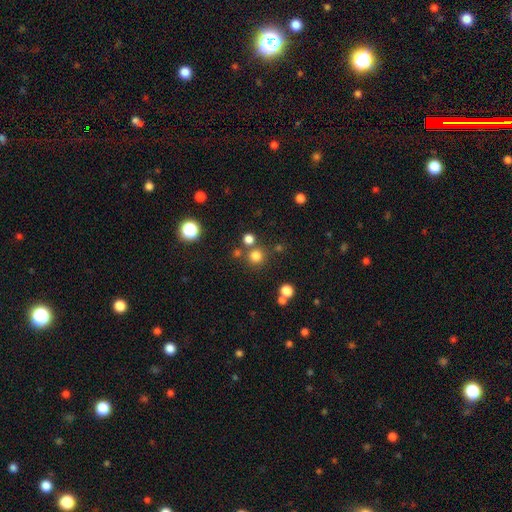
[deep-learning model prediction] Morphology: type=smooth (76%); roundness=round (94%); merging=none (77%).